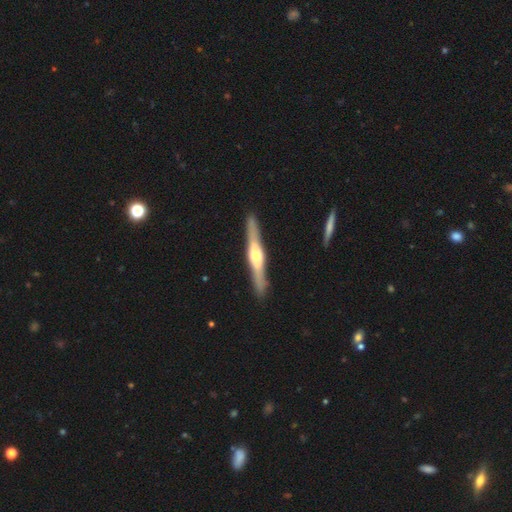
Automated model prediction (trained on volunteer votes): A featured or disk galaxy (73%) viewed edge-on (97%) with a rounded central bulge (89%).

Vote fractions:
- Smooth or featured? featured or disk: 73% / smooth: 23% / star or artifact: 5%
- Edge-on disk? yes: 97% / no: 3%
- Edge-on bulge? rounded: 89% / boxy: 7% / none: 4%
- Merging? none: 90% / minor disturbance: 7% / major disturbance: 2% / merger: 1%